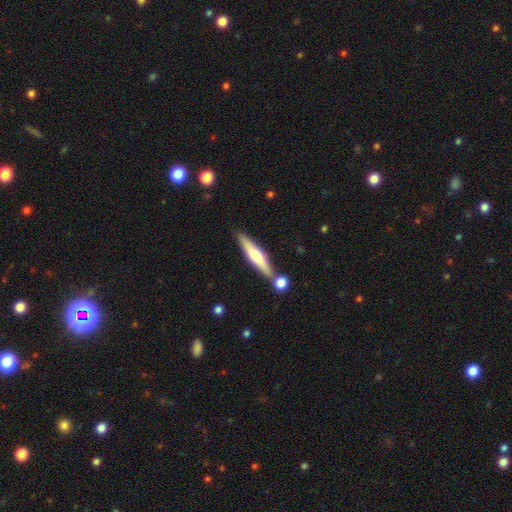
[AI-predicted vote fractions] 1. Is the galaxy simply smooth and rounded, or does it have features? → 48% smooth, 46% featured or disk, 5% star or artifact.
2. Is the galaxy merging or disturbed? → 73% none, 13% merger, 11% minor disturbance, 3% major disturbance.